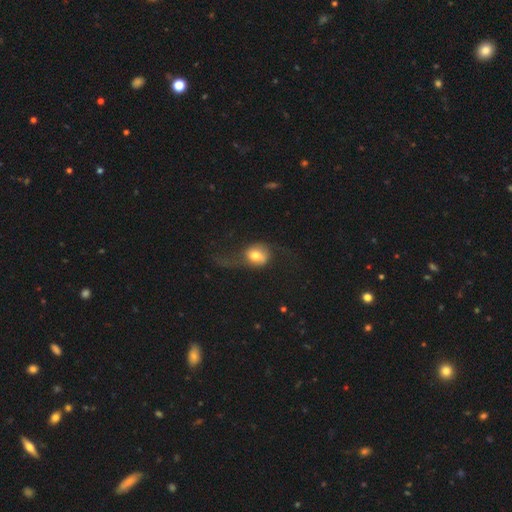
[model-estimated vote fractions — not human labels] smooth_or_featured: smooth (p=0.58) [alt: featured or disk p=0.34]
how_rounded: round (p=0.58) [alt: in between p=0.40]
merging: major disturbance (p=0.46) [alt: none p=0.31]